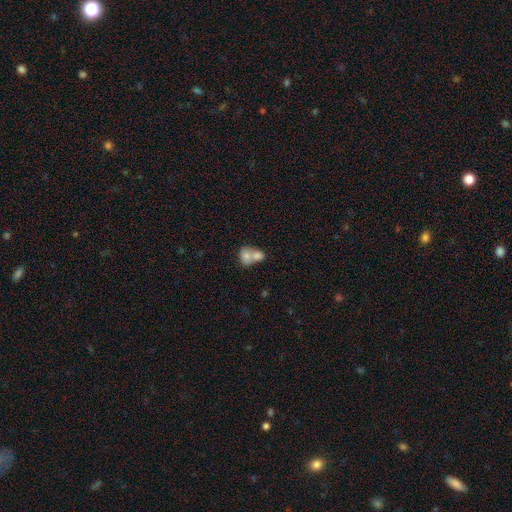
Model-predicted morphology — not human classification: Overall: smooth (75%). How rounded: in between (51%; round 48%). Merging: merger (73%).